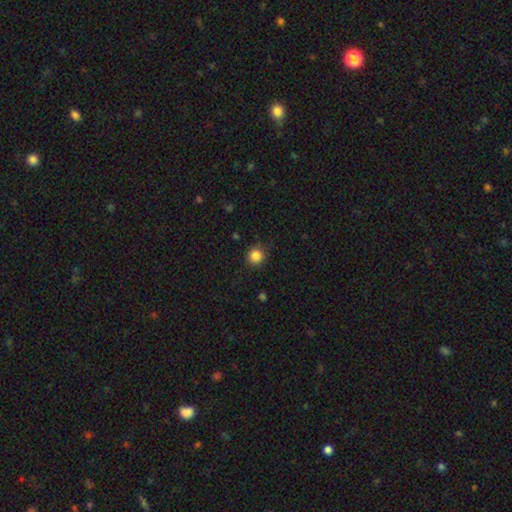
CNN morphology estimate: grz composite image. It shows a smooth galaxy with no disk features (85%) that is round (92%). Merging: none (88%).